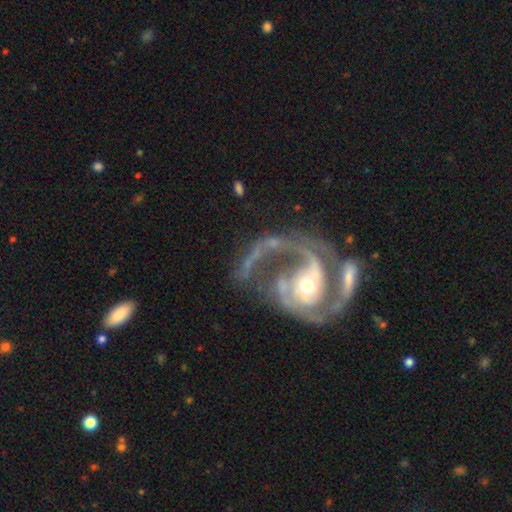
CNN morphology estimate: smooth-or-featured: featured or disk: 86% | smooth: 7% | star or artifact: 6%
  disk-edge-on: no: 97% | yes: 3%
    bar: no: 55% | weak: 28% | strong: 17%
    has-spiral-arms: yes: 92% | no: 8%
      spiral-winding: medium: 45% | loose: 32% | tight: 23%
      spiral-arm-count: 2: 61% | 1: 15% | can't tell: 9% | 3: 8% | 4: 3% | more than 4: 3%
    bulge-size: moderate: 67% | small: 24% | large: 6% | none: 2% | dominant: 1%
  merging: major disturbance: 33% | none: 29% | merger: 23% | minor disturbance: 15%